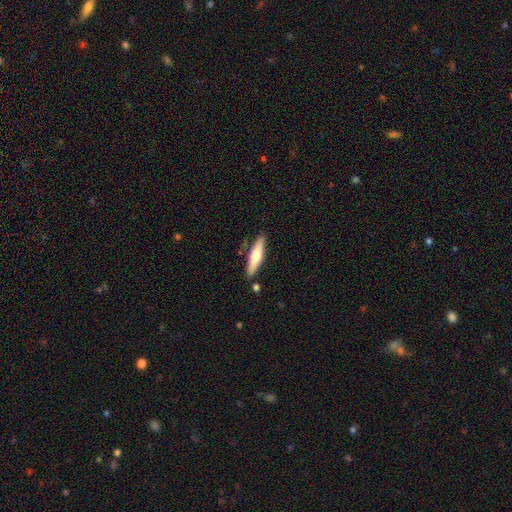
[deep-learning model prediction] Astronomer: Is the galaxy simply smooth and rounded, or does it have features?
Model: smooth — 52% (runner-up: featured or disk, 43%).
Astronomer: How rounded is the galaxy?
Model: cigar-shaped — 74%.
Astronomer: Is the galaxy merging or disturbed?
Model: none — 83%.